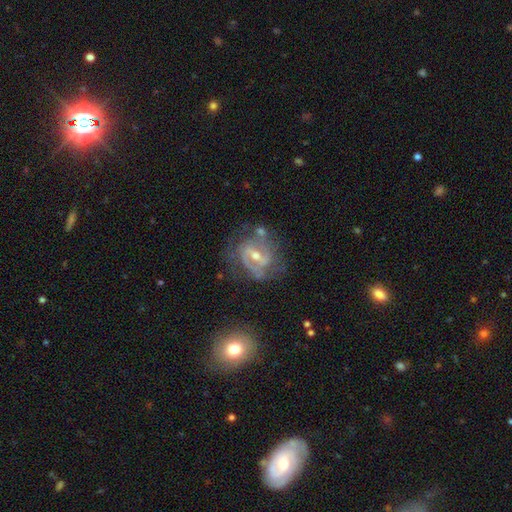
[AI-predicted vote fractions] The model was most divided on "spiral winding": medium: 44%, tight: 39%, loose: 17%. Remaining: edge-on disk — no (96%); spiral arms — yes (87%); smooth or featured — featured or disk (84%); spiral arm count — 2 (60%); bulge size — moderate (58%); merging — none (58%); bar — weak (47%).